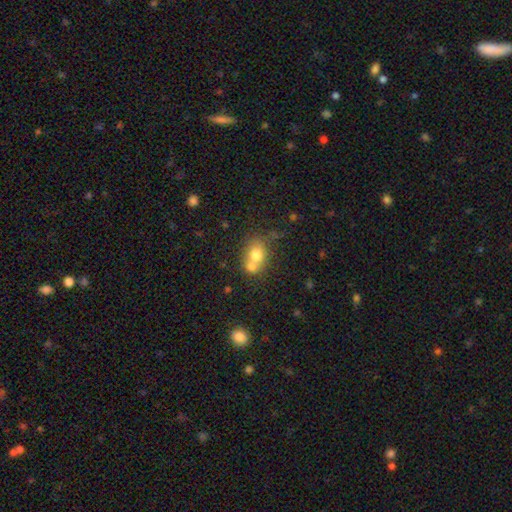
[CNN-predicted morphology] Overall: smooth (72%). How rounded: round (60%; in between 39%). Merging: merger (54%; none 34%).